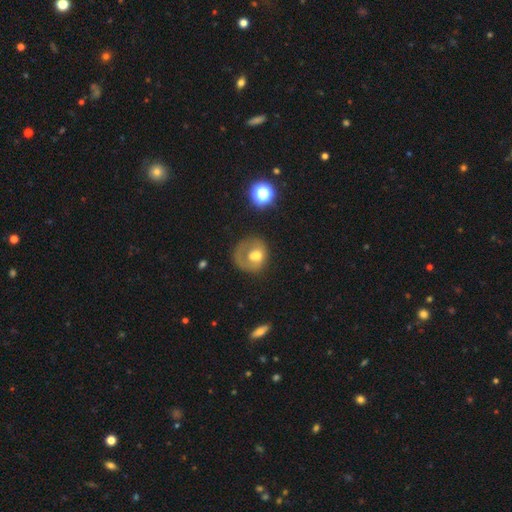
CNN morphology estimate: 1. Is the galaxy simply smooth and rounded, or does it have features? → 46% featured or disk, 44% smooth, 10% star or artifact.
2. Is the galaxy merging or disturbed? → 37% none, 26% major disturbance, 20% merger, 18% minor disturbance.